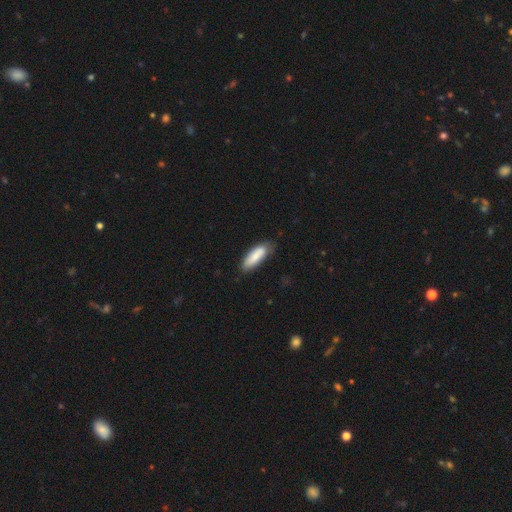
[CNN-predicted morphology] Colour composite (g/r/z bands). It shows a smooth galaxy with no disk features (80%) that is in between round and cigar-shaped (59%). Merging: none (71%).